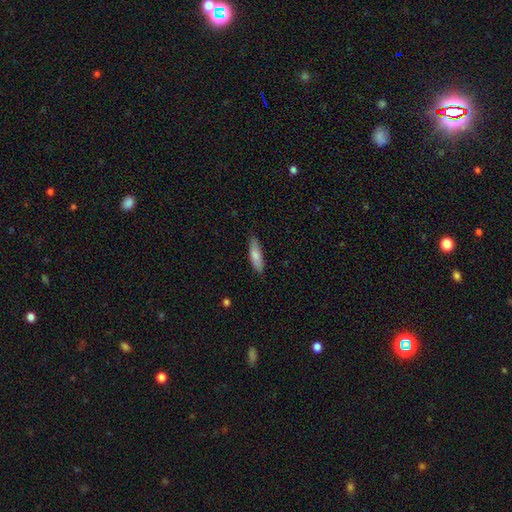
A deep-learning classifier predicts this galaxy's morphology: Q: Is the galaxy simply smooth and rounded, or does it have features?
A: smooth — 81%.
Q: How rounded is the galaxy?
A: cigar-shaped — 59%.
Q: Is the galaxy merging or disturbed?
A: none — 81%.